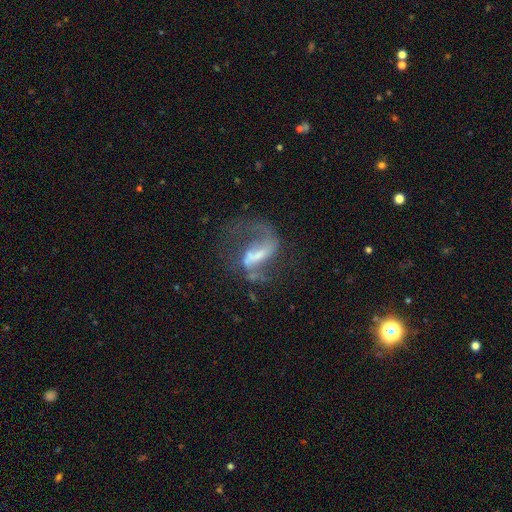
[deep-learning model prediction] The model was most divided on "bar": weak: 37%, strong: 35%, no: 28%. Remaining: edge-on disk — no (95%); spiral arms — yes (75%); smooth or featured — featured or disk (73%); spiral winding — loose (63%); spiral arm count — 1 (51%); merging — major disturbance (46%); bulge size — small (34%).